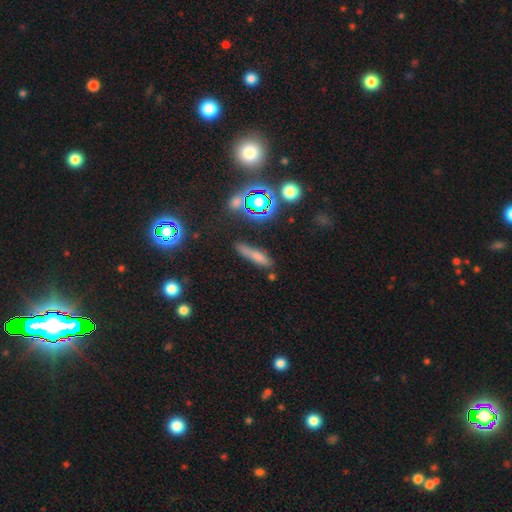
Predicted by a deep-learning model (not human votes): The model was most divided on "smooth or featured": smooth: 65%, star or artifact: 19%, featured or disk: 17%. More confident: how rounded — cigar-shaped (77%); merging — none (70%).